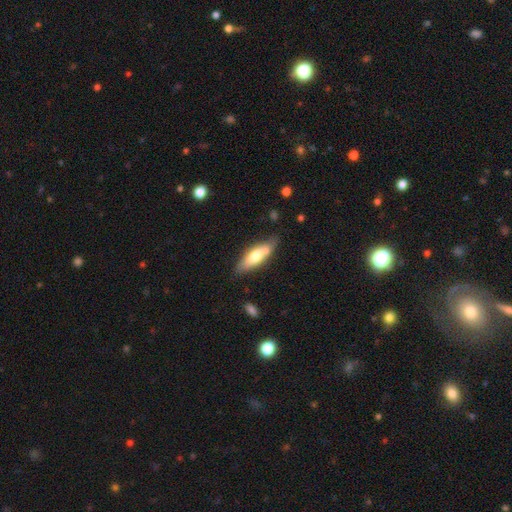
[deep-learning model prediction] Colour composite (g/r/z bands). It shows a smooth galaxy with no disk features (59%) that is in between round and cigar-shaped (53%). Merging: none (65%).